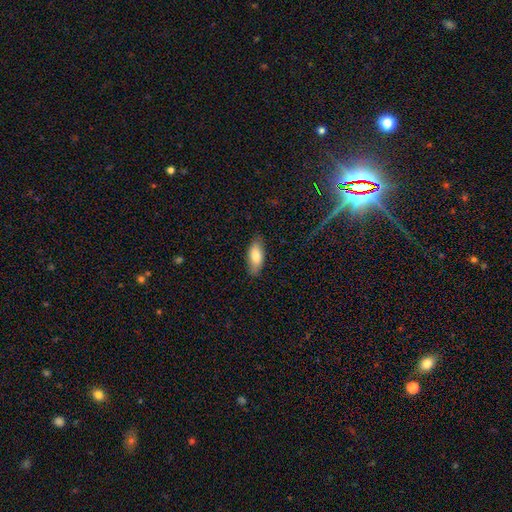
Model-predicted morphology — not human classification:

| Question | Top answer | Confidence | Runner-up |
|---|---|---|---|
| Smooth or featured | smooth | 77% | featured or disk (17%) |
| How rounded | in between | 84% | cigar-shaped (13%) |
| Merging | none | 83% | minor disturbance (14%) |